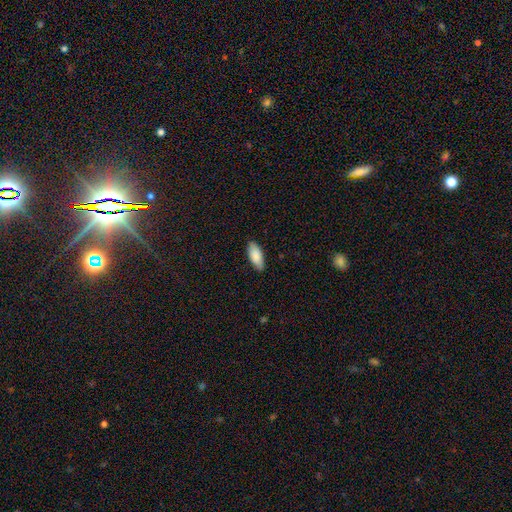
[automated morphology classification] Overall: smooth (87%). How rounded: in between (83%). Merging: none (85%).